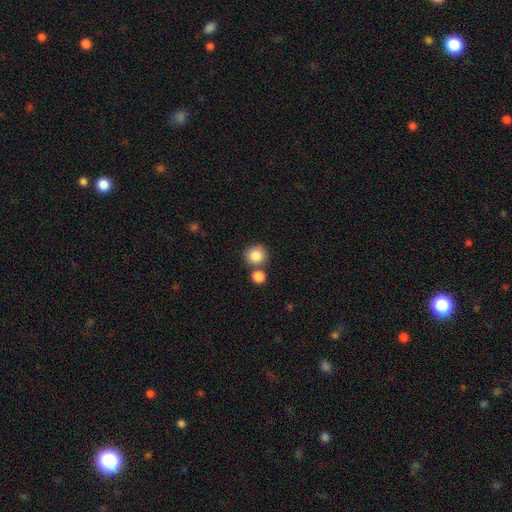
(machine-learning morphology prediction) type=smooth (85%); roundness=round (89%); merging=none (65%).